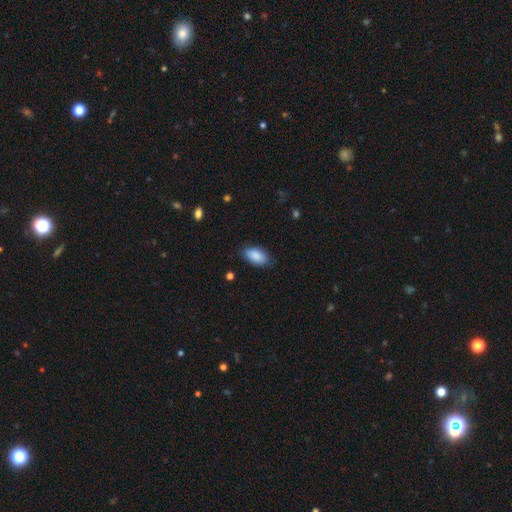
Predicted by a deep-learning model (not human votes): Smooth or featured?
  - smooth: 88% *
  - star or artifact: 6%
  - featured or disk: 5%
How rounded?
  - in between: 93% *
  - round: 4%
  - cigar-shaped: 3%
Merging?
  - none: 79% *
  - minor disturbance: 16%
  - major disturbance: 3%
  - merger: 1%